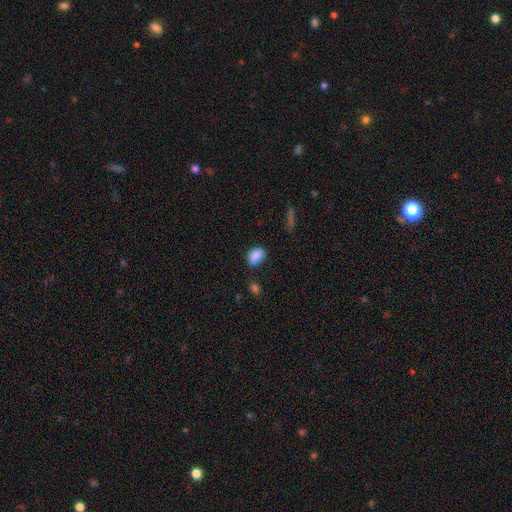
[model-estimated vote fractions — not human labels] Q: Smooth or featured?
A: smooth (87%); runner-up: star or artifact (9%)
Q: How rounded?
A: in between (78%); runner-up: round (21%)
Q: Merging?
A: none (64%); runner-up: minor disturbance (26%)